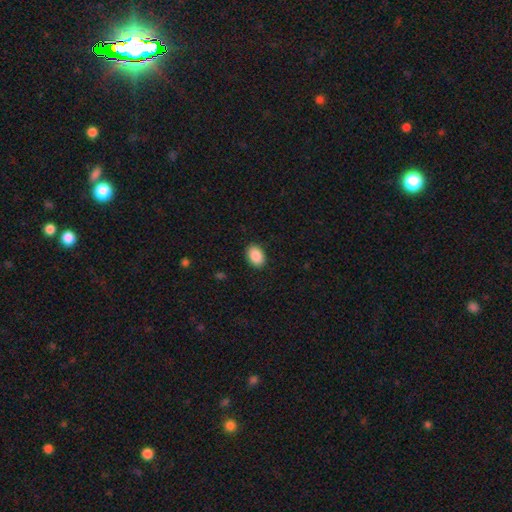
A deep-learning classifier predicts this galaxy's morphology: smooth_or_featured: smooth (p=0.90) [alt: star or artifact p=0.07]
how_rounded: in between (p=0.80) [alt: round p=0.19]
merging: none (p=0.90) [alt: minor disturbance p=0.07]